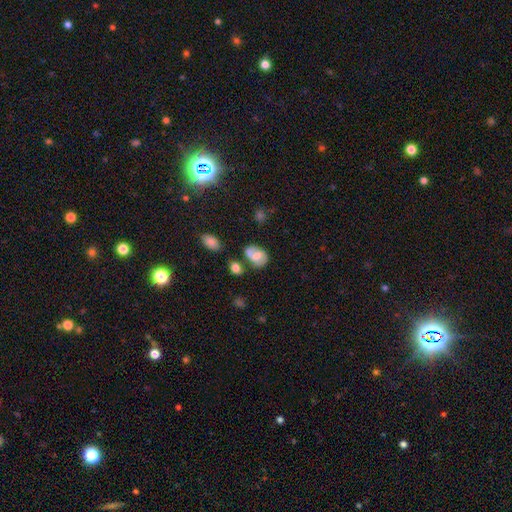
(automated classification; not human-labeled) Smooth or featured: smooth — 47% (featured or disk — 44%)
Merging: none — 55% (minor disturbance — 21%)